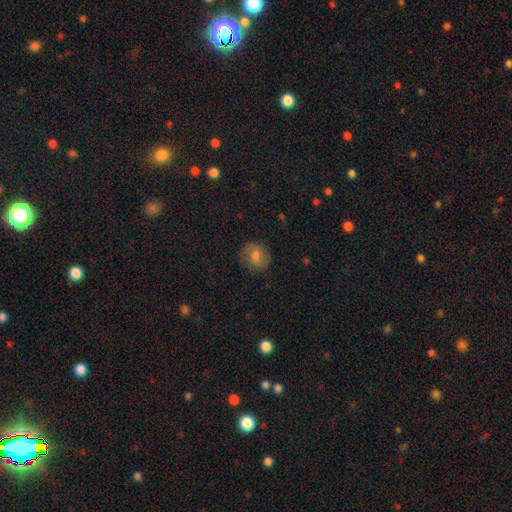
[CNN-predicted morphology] type=smooth (47%); merging=none (82%).